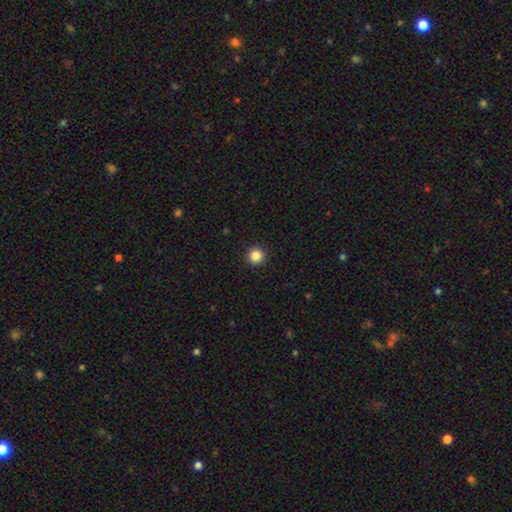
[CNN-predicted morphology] Smooth or featured: smooth — 86% (star or artifact — 11%)
How rounded: round — 96% (in between — 3%)
Merging: none — 93% (minor disturbance — 4%)